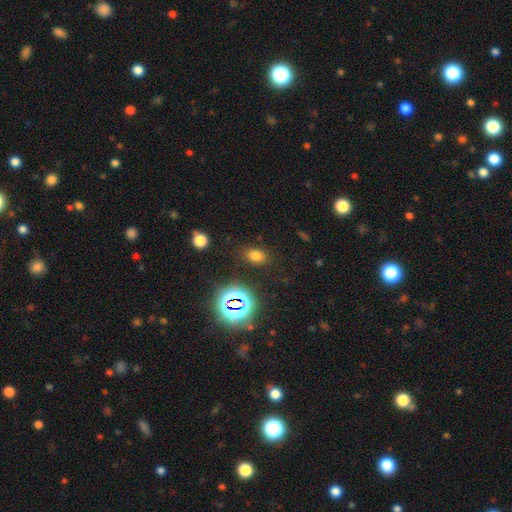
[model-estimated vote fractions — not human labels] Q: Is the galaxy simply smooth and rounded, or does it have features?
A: smooth — 69%.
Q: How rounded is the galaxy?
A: in between — 77%.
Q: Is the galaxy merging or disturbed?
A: none — 84%.